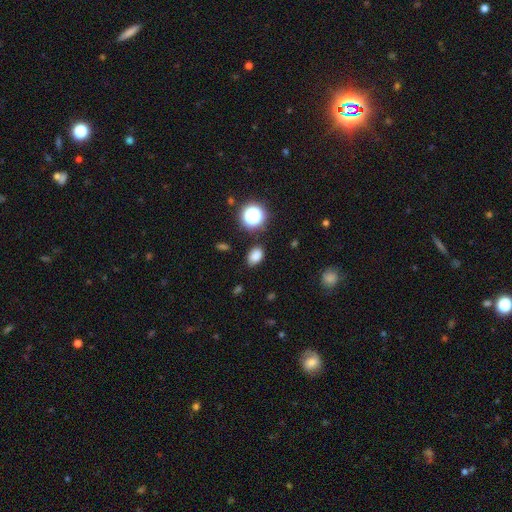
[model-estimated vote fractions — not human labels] Smooth or featured? Predicted: smooth (p=0.81). How rounded? Predicted: in between (p=0.77). Merging? Predicted: none (p=0.82).